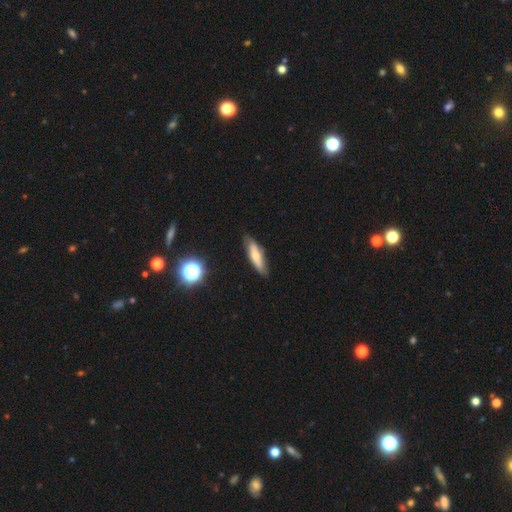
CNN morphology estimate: Smooth or featured: smooth — 55% (featured or disk — 36%)
How rounded: cigar-shaped — 67% (in between — 31%)
Merging: none — 80% (minor disturbance — 16%)